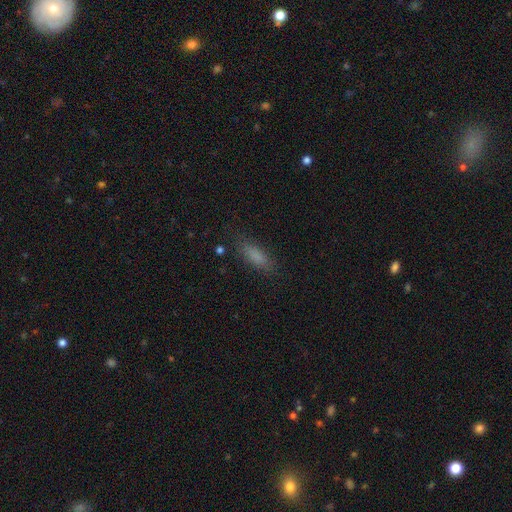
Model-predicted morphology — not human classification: This is clearly a smooth galaxy (80%). How rounded: possibly in between (55%). Merging: likely none (80%).